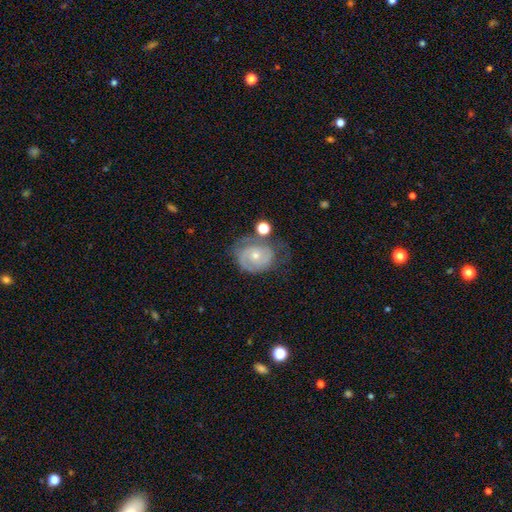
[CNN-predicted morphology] This appears to be a featured or disk galaxy (75%) with no bar (73%), 2 (57%) tight (60%) spiral arms (89%) and a small central bulge (56%). Merging: none (49%).